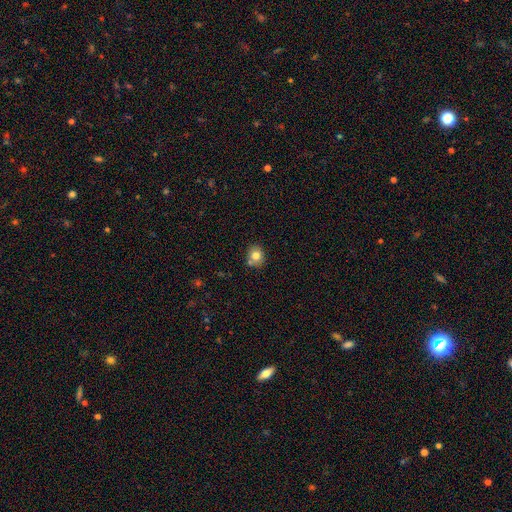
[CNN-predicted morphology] Q: Smooth or featured?
A: smooth (78%); runner-up: featured or disk (12%)
Q: How rounded?
A: round (70%); runner-up: in between (29%)
Q: Merging?
A: none (71%); runner-up: minor disturbance (14%)